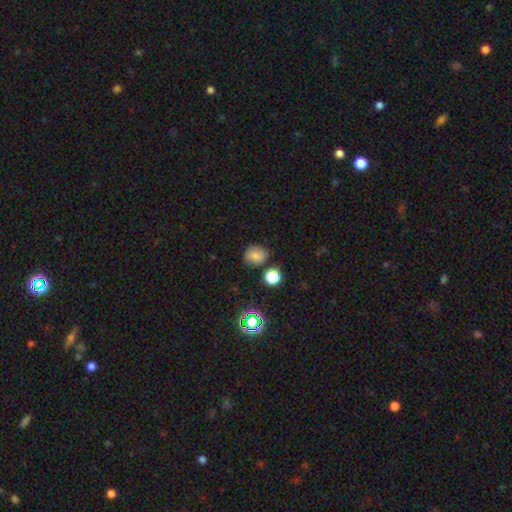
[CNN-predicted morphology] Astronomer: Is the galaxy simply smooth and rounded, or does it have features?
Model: smooth — 61%.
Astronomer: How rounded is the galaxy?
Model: round — 68%.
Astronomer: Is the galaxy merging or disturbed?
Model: none — 70%.